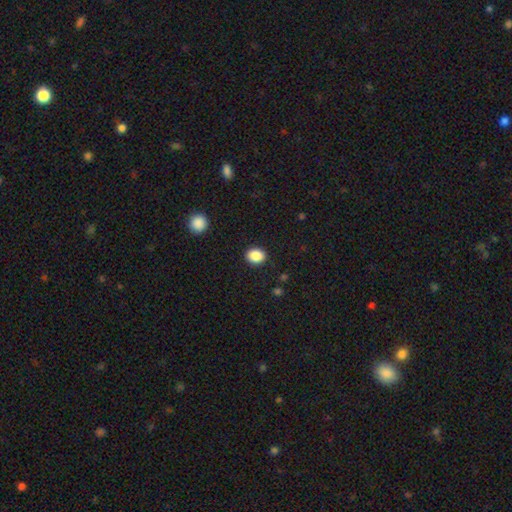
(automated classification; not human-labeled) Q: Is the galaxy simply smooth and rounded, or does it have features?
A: smooth — 88%.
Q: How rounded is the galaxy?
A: round — 57%.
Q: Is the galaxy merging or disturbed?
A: none — 90%.